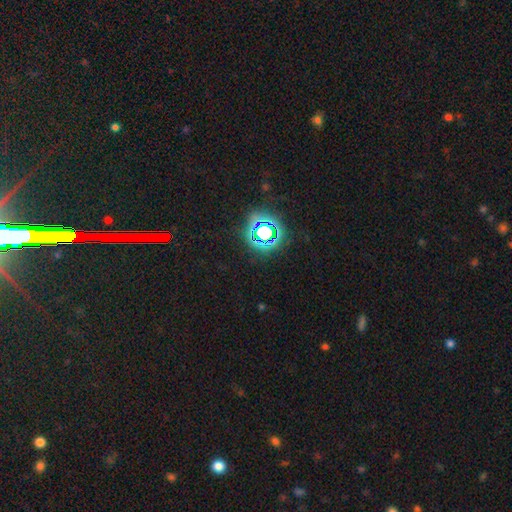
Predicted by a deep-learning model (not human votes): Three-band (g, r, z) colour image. It shows a star or artifact, not a galaxy (81%).